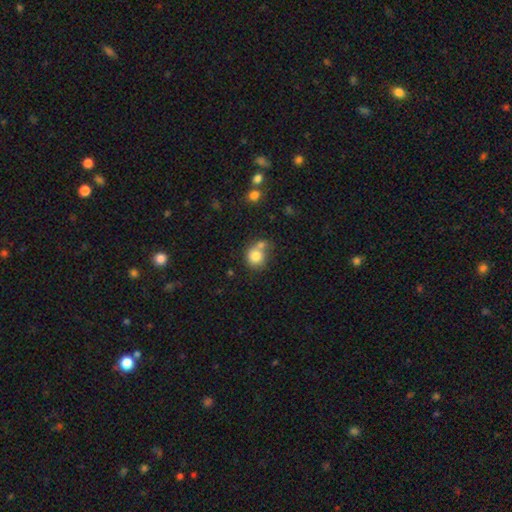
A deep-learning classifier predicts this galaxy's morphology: smooth 81%, featured or disk 10%, star or artifact 10%. Down the decision tree: how rounded — round (83%); merging — none (47%).